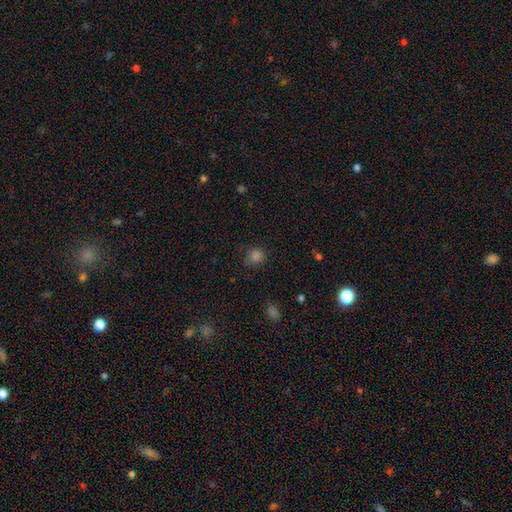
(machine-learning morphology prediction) This is likely a smooth galaxy (79%). How rounded: clearly round (85%). Merging: likely none (78%).